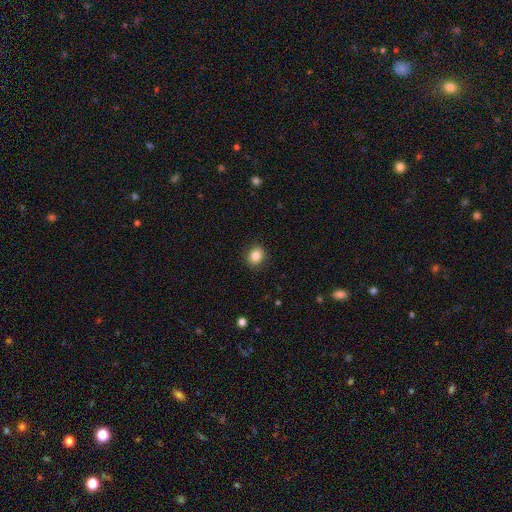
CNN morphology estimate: Q: Smooth or featured?
A: smooth (85%); runner-up: star or artifact (10%)
Q: How rounded?
A: round (65%); runner-up: in between (34%)
Q: Merging?
A: none (90%); runner-up: minor disturbance (7%)